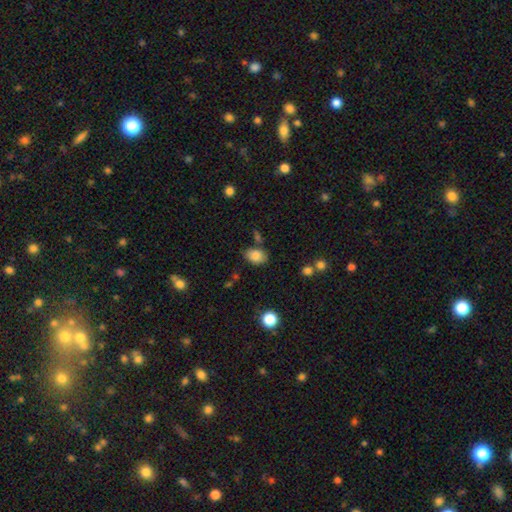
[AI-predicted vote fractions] A smooth galaxy with no disk features (85%) that is in between round and cigar-shaped (81%).

Vote fractions:
- Smooth or featured? smooth: 85% / star or artifact: 9% / featured or disk: 6%
- How rounded? in between: 81% / round: 18% / cigar-shaped: 1%
- Merging? none: 73% / minor disturbance: 16% / merger: 7% / major disturbance: 4%